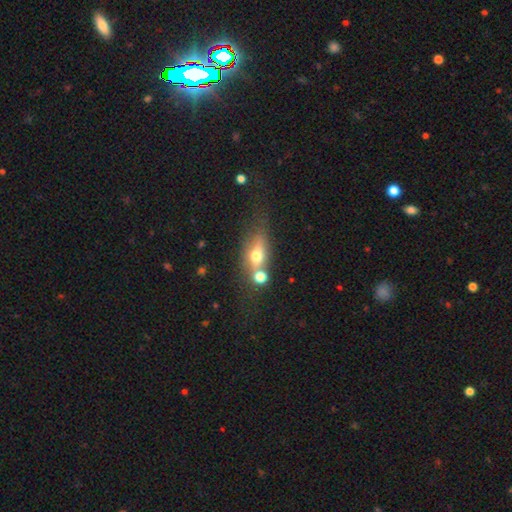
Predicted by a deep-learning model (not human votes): smooth-or-featured: smooth: 55% | featured or disk: 33% | star or artifact: 12%
  how-rounded: in between: 63% | cigar-shaped: 20% | round: 17%
  merging: none: 48% | merger: 27% | minor disturbance: 15% | major disturbance: 9%